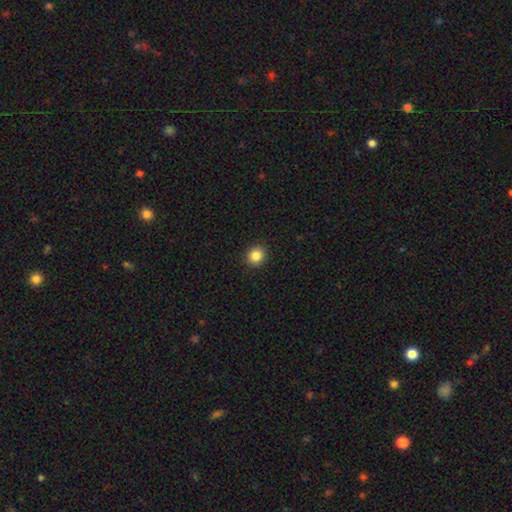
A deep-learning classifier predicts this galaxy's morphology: The model was most divided on "how rounded": round: 84%, in between: 15%, cigar-shaped: 1%. More confident: merging — none (92%); smooth or featured — smooth (85%).